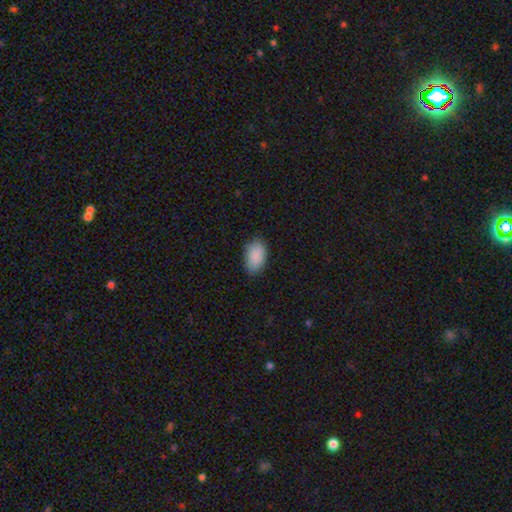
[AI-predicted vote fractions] Smooth or featured: smooth — 90% (star or artifact — 6%)
How rounded: in between — 93% (round — 6%)
Merging: none — 82% (minor disturbance — 14%)